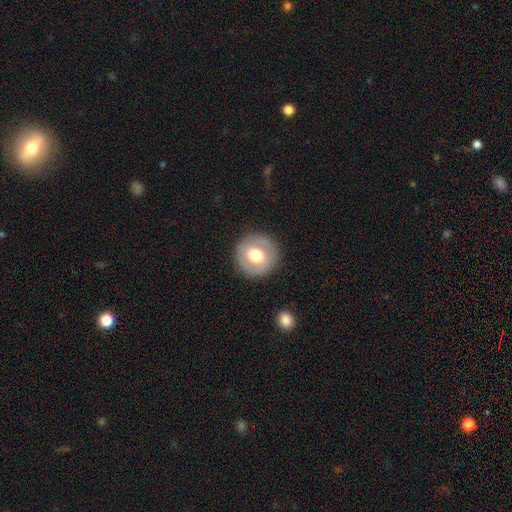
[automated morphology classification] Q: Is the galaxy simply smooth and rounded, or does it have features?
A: smooth — 52%.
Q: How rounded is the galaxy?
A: round — 92%.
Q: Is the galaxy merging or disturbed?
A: none — 86%.